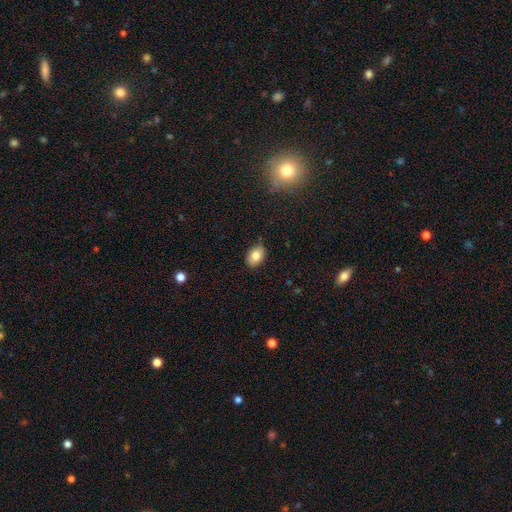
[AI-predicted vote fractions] Smooth or featured?
  - smooth: 82% *
  - star or artifact: 9%
  - featured or disk: 9%
How rounded?
  - in between: 84% *
  - round: 15%
  - cigar-shaped: 1%
Merging?
  - none: 84% *
  - minor disturbance: 12%
  - major disturbance: 2%
  - merger: 1%